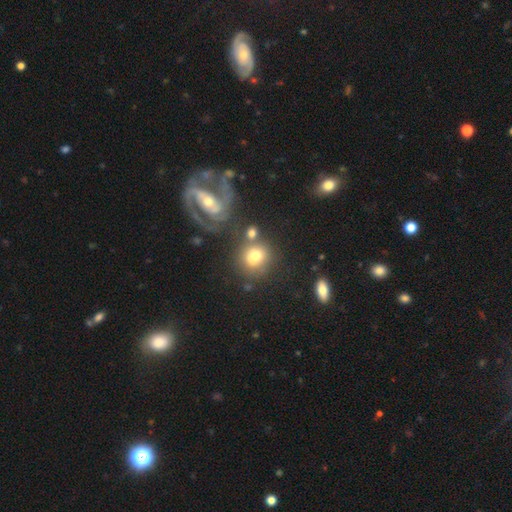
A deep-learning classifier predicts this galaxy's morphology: Q: Smooth or featured?
A: smooth (66%); runner-up: featured or disk (22%)
Q: How rounded?
A: round (73%); runner-up: in between (26%)
Q: Merging?
A: none (55%); runner-up: merger (22%)